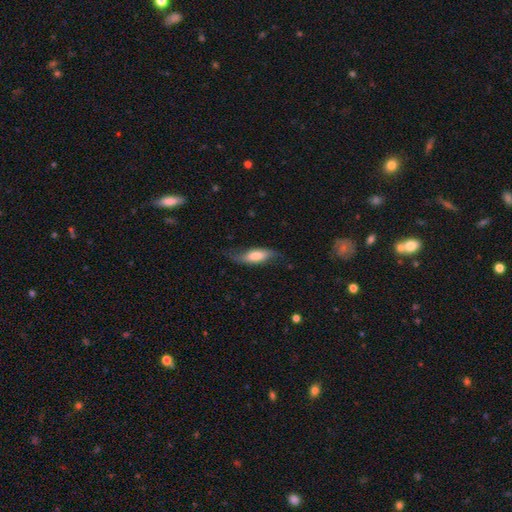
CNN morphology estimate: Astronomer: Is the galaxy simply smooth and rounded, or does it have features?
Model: smooth — 57% (runner-up: featured or disk, 36%).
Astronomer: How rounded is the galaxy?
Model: in between — 63%.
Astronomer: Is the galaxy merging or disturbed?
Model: none — 54% (runner-up: minor disturbance, 30%).